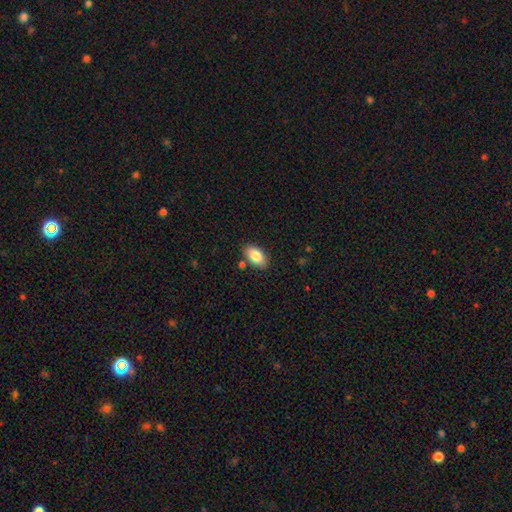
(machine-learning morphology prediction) This appears to be a smooth galaxy with no disk features (85%) that is in between round and cigar-shaped (94%). Merging: none (82%).